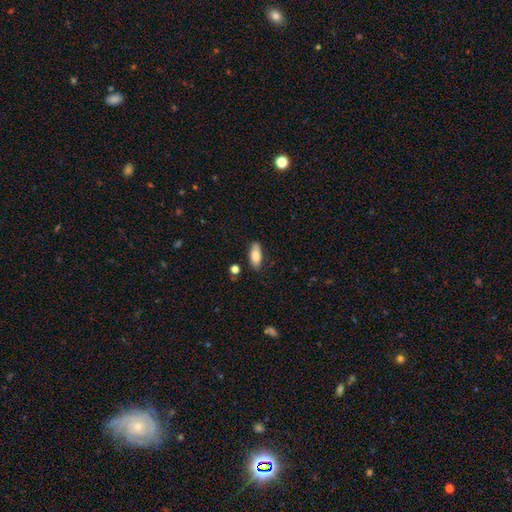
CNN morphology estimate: smooth-or-featured: smooth: 81% | featured or disk: 13% | star or artifact: 7%
  how-rounded: in between: 82% | cigar-shaped: 15% | round: 2%
  merging: none: 80% | minor disturbance: 15% | major disturbance: 3% | merger: 3%